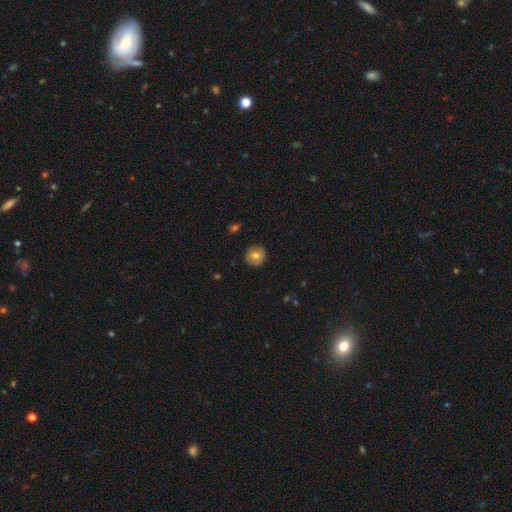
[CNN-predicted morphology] Q: Smooth or featured?
A: smooth (71%); runner-up: featured or disk (20%)
Q: How rounded?
A: round (93%); runner-up: in between (6%)
Q: Merging?
A: none (88%); runner-up: minor disturbance (9%)